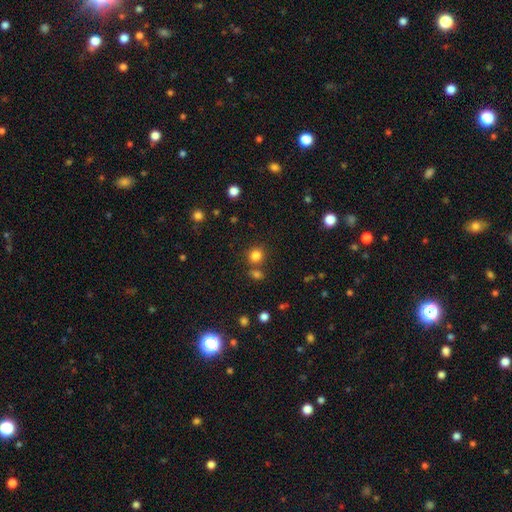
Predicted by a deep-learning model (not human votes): Smooth or featured? smooth (82%)
How rounded? round (81%)
Merging? none (72%)